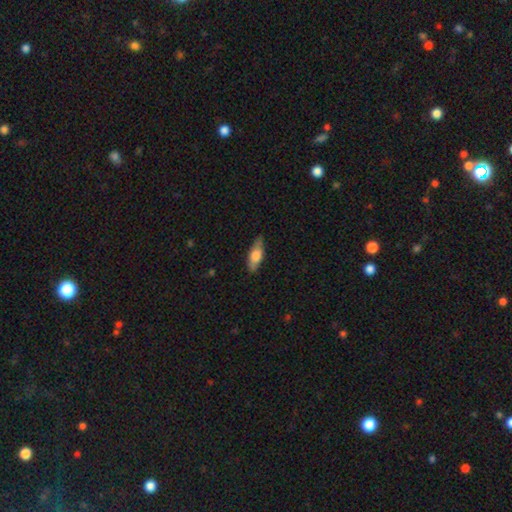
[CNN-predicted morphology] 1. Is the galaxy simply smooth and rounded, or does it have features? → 66% smooth, 29% featured or disk, 6% star or artifact.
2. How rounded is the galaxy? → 69% in between, 28% cigar-shaped, 3% round.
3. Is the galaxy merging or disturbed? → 78% none, 18% minor disturbance, 3% major disturbance, 1% merger.